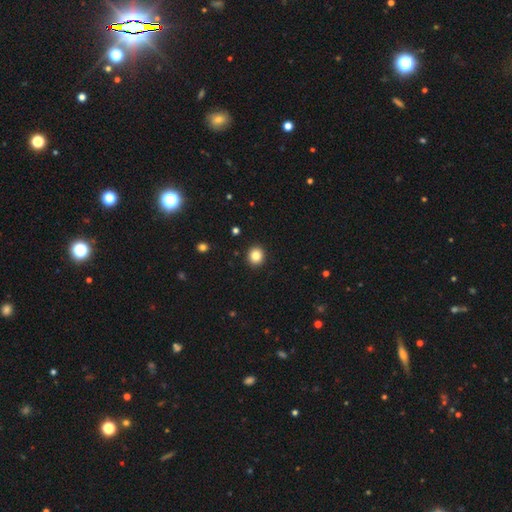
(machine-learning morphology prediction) Q: Smooth or featured?
A: smooth (84%); runner-up: star or artifact (10%)
Q: How rounded?
A: round (85%); runner-up: in between (14%)
Q: Merging?
A: none (93%); runner-up: minor disturbance (5%)